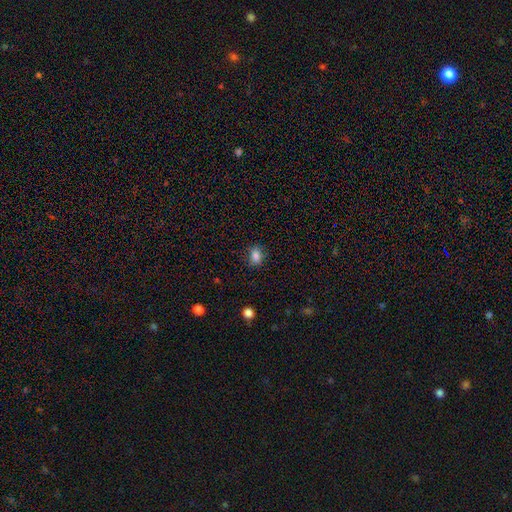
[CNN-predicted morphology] A smooth galaxy with no disk features (84%) that is in between round and cigar-shaped (70%).

Vote fractions:
- Smooth or featured? smooth: 84% / star or artifact: 11% / featured or disk: 5%
- How rounded? in between: 70% / round: 28% / cigar-shaped: 2%
- Merging? none: 83% / minor disturbance: 13% / major disturbance: 3% / merger: 1%